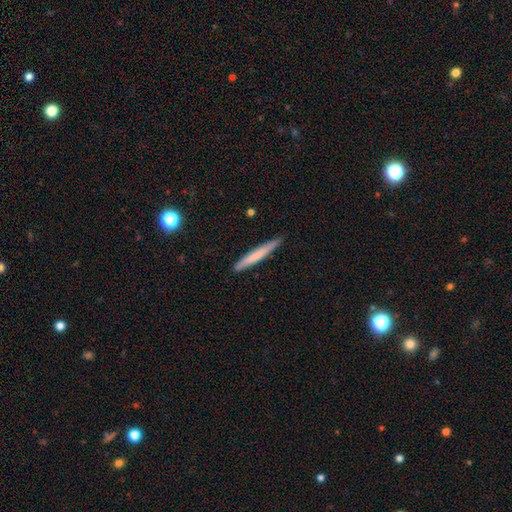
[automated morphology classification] Smooth or featured?
  - smooth: 66% *
  - featured or disk: 28%
  - star or artifact: 6%
How rounded?
  - cigar-shaped: 96% *
  - in between: 3%
  - round: 1%
Merging?
  - none: 89% *
  - minor disturbance: 8%
  - major disturbance: 1%
  - merger: 1%